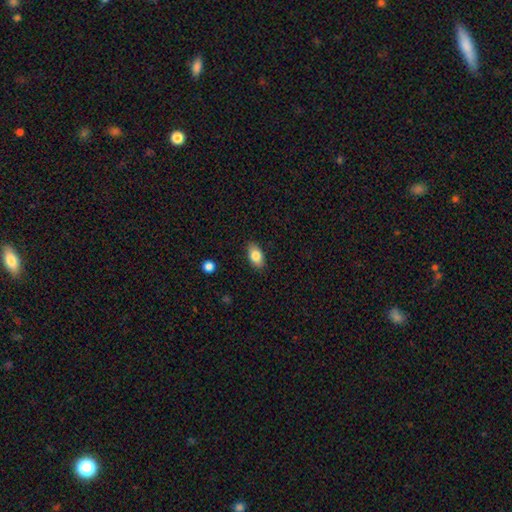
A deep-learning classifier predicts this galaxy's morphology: Overall: smooth (82%). How rounded: in between (90%). Merging: none (87%).